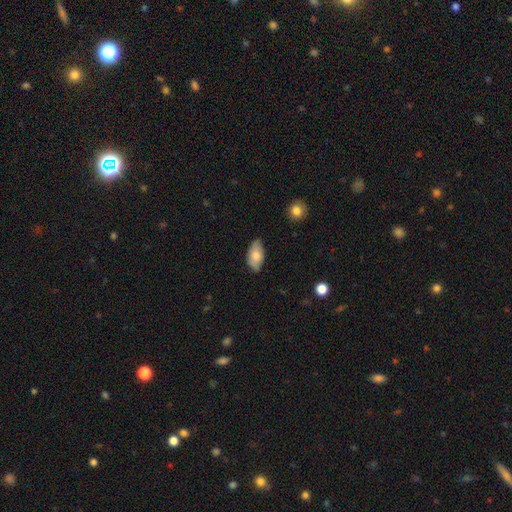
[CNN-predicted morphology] Smooth or featured?
  - smooth: 74% *
  - featured or disk: 19%
  - star or artifact: 6%
How rounded?
  - in between: 94% *
  - round: 3%
  - cigar-shaped: 2%
Merging?
  - none: 71% *
  - minor disturbance: 24%
  - major disturbance: 3%
  - merger: 1%